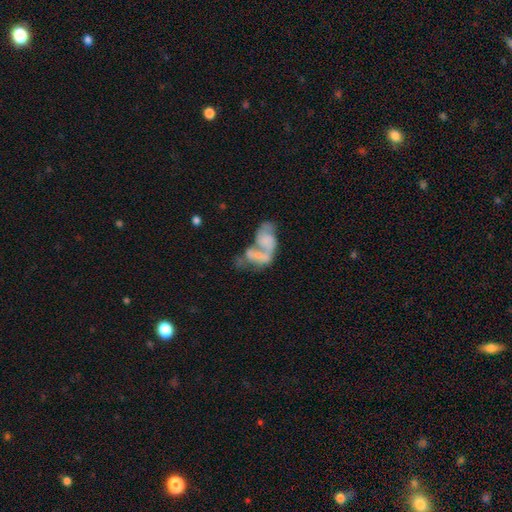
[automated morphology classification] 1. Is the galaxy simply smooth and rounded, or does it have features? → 57% featured or disk, 34% smooth, 9% star or artifact.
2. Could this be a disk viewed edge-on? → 97% no, 3% yes.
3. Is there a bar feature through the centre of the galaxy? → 78% no, 16% weak, 6% strong.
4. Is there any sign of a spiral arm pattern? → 57% no, 43% yes.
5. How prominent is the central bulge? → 54% none, 23% small, 15% moderate, 6% large, 2% dominant.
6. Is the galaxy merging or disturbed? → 66% merger, 15% major disturbance, 12% none, 7% minor disturbance.